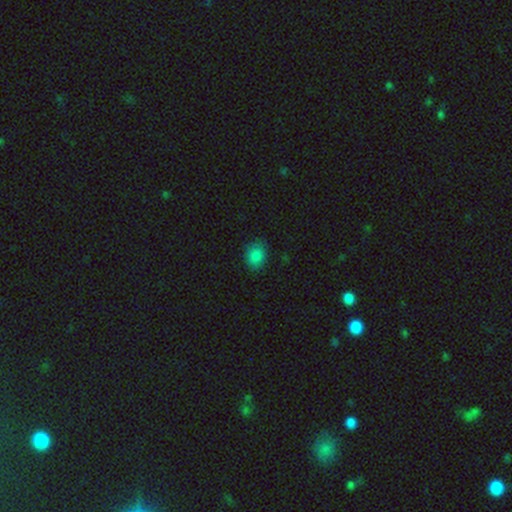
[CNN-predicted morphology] A smooth galaxy with no disk features (85%) that is round (51%).

Vote fractions:
- Smooth or featured? smooth: 85% / star or artifact: 10% / featured or disk: 5%
- How rounded? round: 51% / in between: 48% / cigar-shaped: 1%
- Merging? none: 82% / minor disturbance: 14% / major disturbance: 3% / merger: 1%